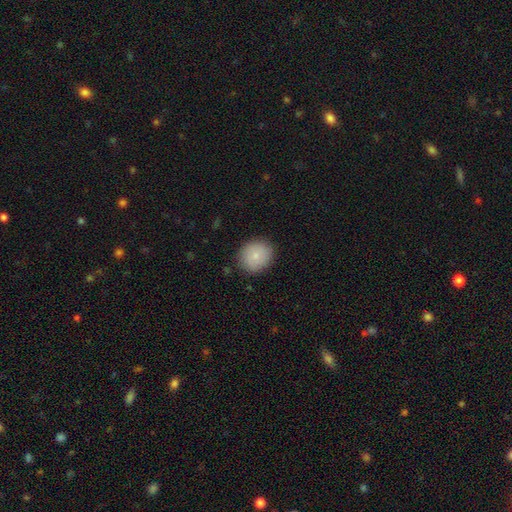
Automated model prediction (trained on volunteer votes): Smooth or featured: smooth — 84% (featured or disk — 9%)
How rounded: round — 77% (in between — 22%)
Merging: none — 86% (minor disturbance — 10%)